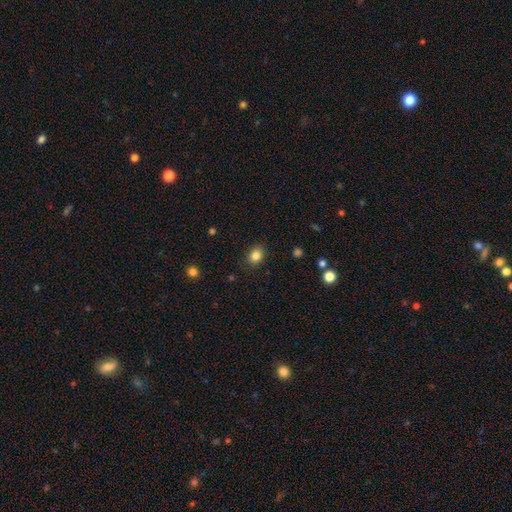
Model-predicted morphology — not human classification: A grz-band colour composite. It shows a smooth galaxy with no disk features (84%) that is round (58%). Merging: none (83%).